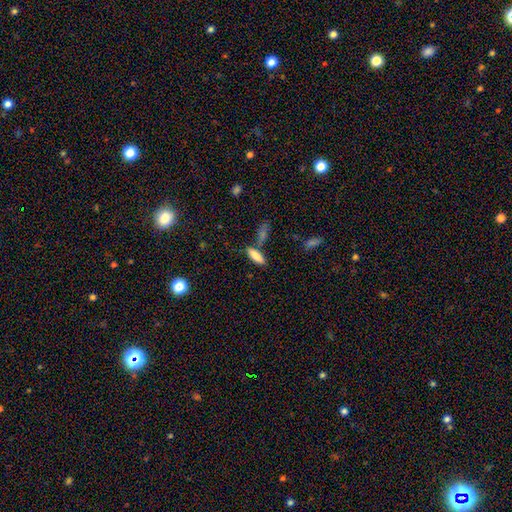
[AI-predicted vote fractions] smooth 83%, featured or disk 9%, star or artifact 8%. Down the decision tree: how rounded — in between (57%); merging — none (62%).